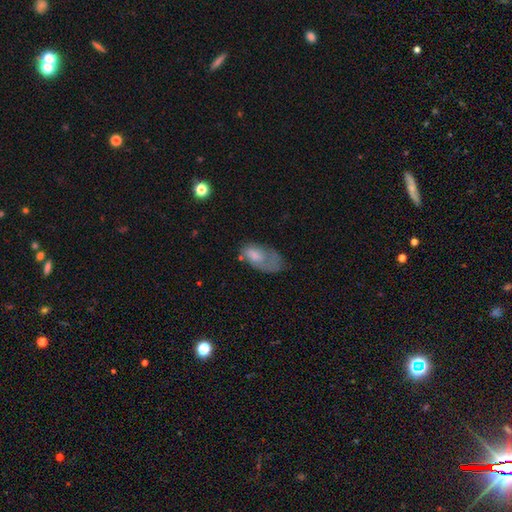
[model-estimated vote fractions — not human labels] Morphology: type=smooth (61%); roundness=in between (92%); merging=major disturbance (35%).